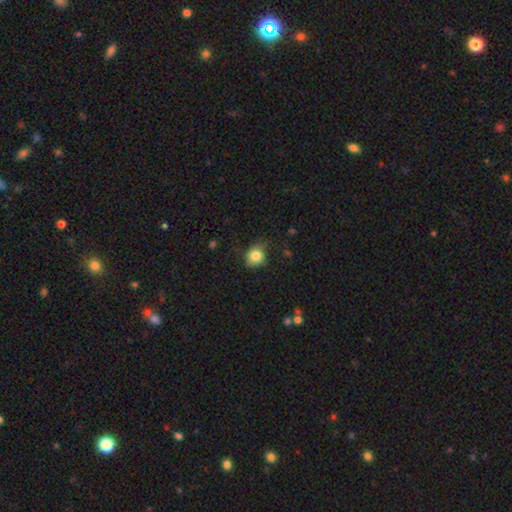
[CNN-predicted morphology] smooth_or_featured: smooth (p=0.83) [alt: star or artifact p=0.09]
how_rounded: round (p=0.68) [alt: in between p=0.31]
merging: none (p=0.64) [alt: minor disturbance p=0.27]